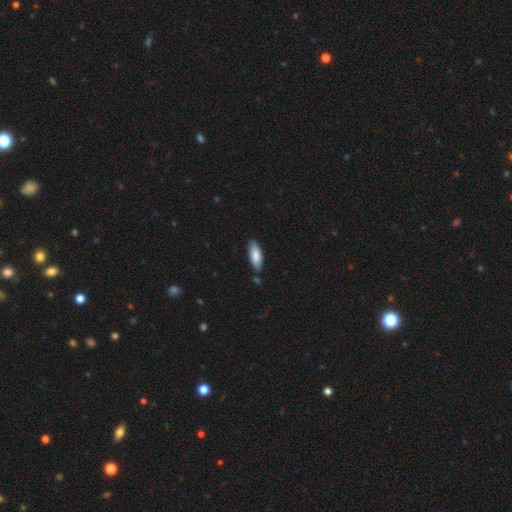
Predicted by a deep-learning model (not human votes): Smooth or featured?
  - smooth: 82% *
  - featured or disk: 12%
  - star or artifact: 6%
How rounded?
  - in between: 71% *
  - cigar-shaped: 27%
  - round: 2%
Merging?
  - none: 78% *
  - minor disturbance: 16%
  - merger: 4%
  - major disturbance: 2%